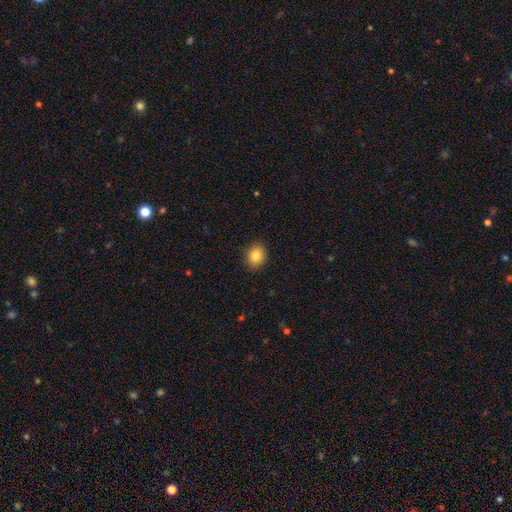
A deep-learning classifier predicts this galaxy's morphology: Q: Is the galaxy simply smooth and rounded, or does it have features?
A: smooth — 85%.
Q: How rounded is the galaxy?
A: round — 63%.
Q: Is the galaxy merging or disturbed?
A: none — 91%.